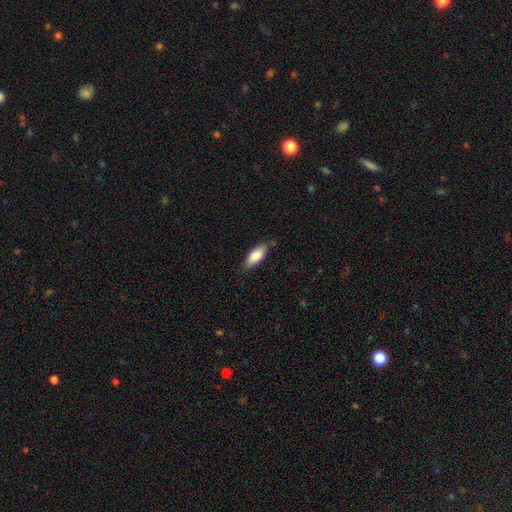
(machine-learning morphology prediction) Overall: smooth (81%). How rounded: in between (72%). Merging: none (81%).